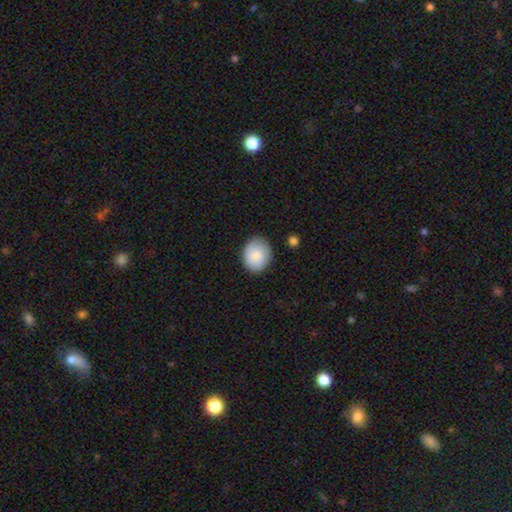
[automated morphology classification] A smooth galaxy with no disk features (86%) that is round (51%). Merging: none (84%).